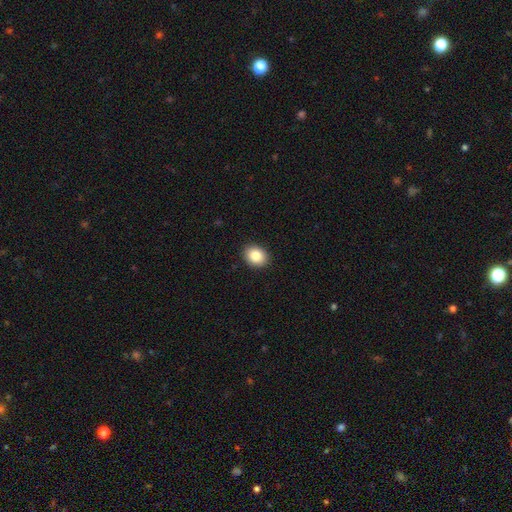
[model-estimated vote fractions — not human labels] Morphology: type=smooth (84%); roundness=in between (51%); merging=none (91%).